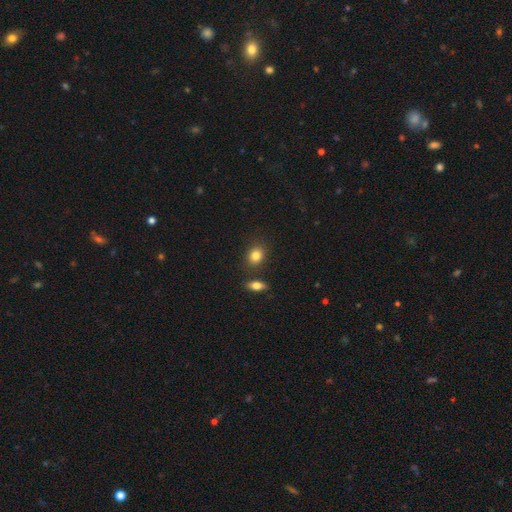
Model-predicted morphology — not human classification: Smooth or featured?
  - smooth: 83% *
  - star or artifact: 10%
  - featured or disk: 7%
How rounded?
  - in between: 51% *
  - round: 48%
  - cigar-shaped: 2%
Merging?
  - none: 79% *
  - minor disturbance: 11%
  - merger: 8%
  - major disturbance: 3%